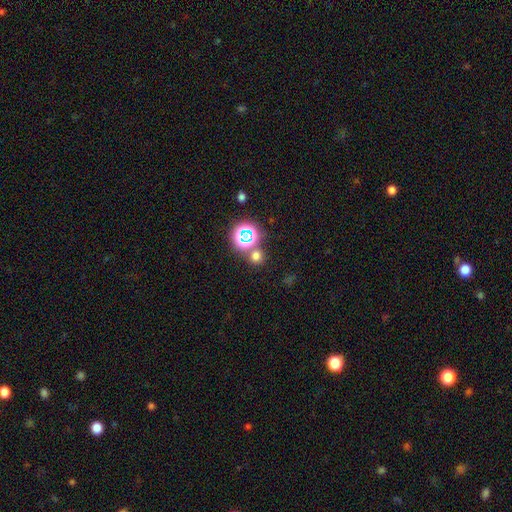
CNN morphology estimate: Smooth or featured? smooth (61%)
How rounded? round (88%)
Merging? none (73%)